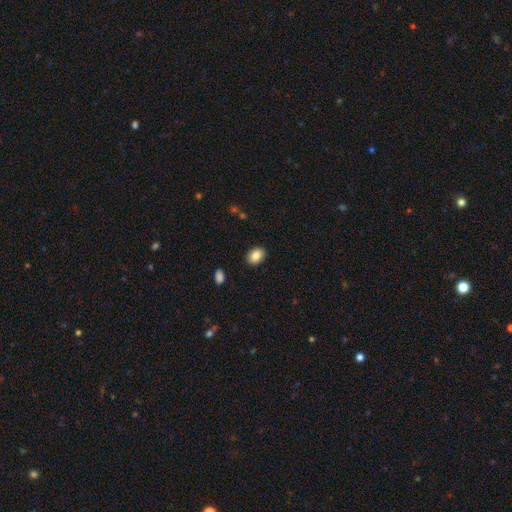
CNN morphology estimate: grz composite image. It shows a smooth galaxy with no disk features (85%) that is in between round and cigar-shaped (73%). Merging: none (89%).